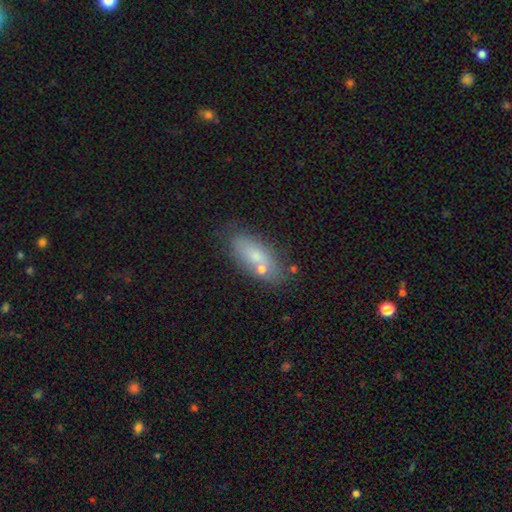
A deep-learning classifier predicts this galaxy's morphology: Overall: smooth (70%). How rounded: in between (78%). Merging: none (65%).